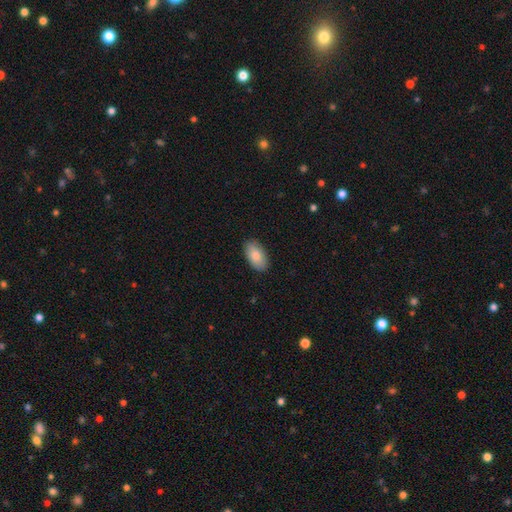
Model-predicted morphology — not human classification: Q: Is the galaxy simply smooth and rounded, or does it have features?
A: smooth — 83%.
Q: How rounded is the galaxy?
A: in between — 95%.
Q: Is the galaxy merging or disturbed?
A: none — 87%.